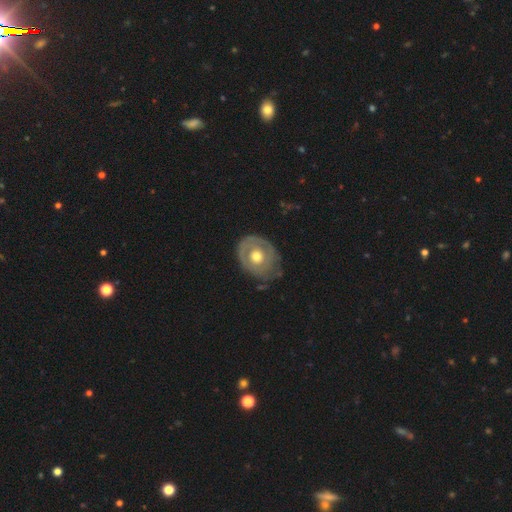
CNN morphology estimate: Smooth or featured? Predicted: featured or disk (p=0.59). Edge-on disk? Predicted: no (p=0.95). Bar? Predicted: no (p=0.89). Spiral arms? Predicted: no (p=0.69). Bulge size? Predicted: moderate (p=0.74). Merging? Predicted: none (p=0.67).